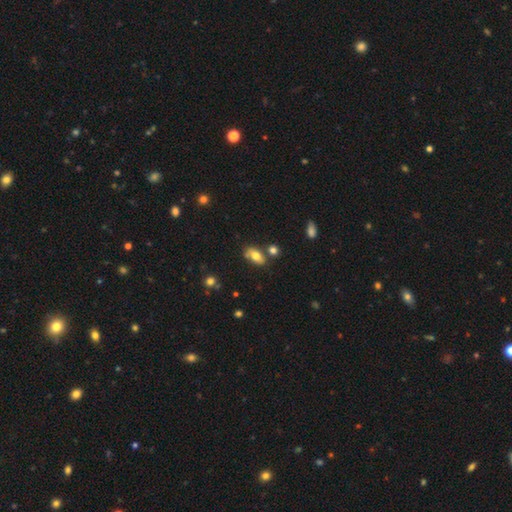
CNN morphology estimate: Overall: smooth (74%). How rounded: in between (89%). Merging: none (68%).